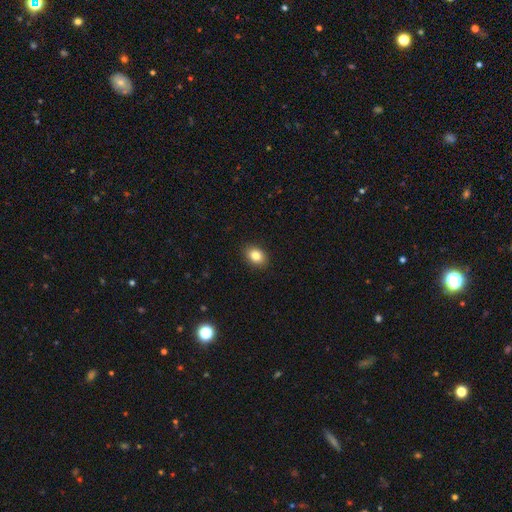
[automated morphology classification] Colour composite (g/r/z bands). It shows a smooth galaxy with no disk features (84%) that is in between round and cigar-shaped (70%). Merging: none (90%).